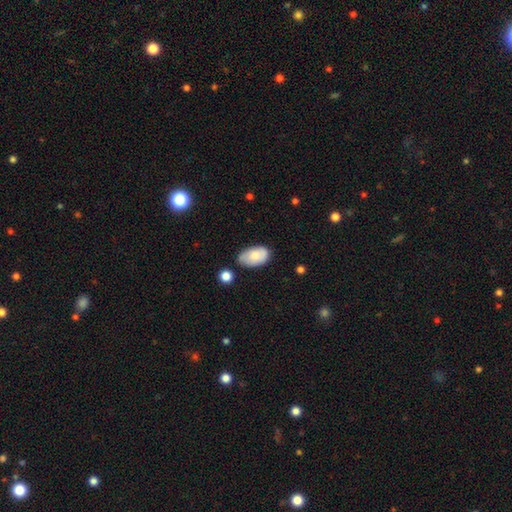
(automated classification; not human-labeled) Smooth or featured? smooth (77%)
How rounded? in between (94%)
Merging? none (69%)